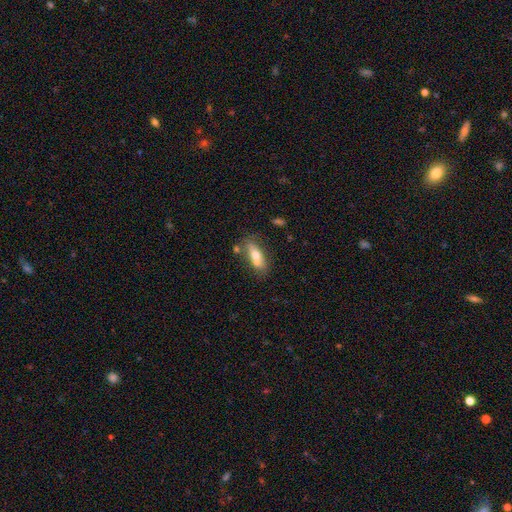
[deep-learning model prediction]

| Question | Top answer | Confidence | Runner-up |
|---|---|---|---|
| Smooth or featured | smooth | 60% | featured or disk (33%) |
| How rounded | in between | 62% | cigar-shaped (34%) |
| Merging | none | 63% | minor disturbance (16%) |